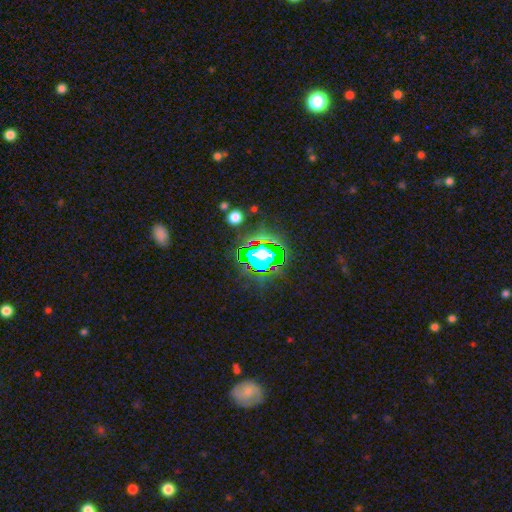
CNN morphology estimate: This appears to be a star or artifact, not a galaxy (80%).